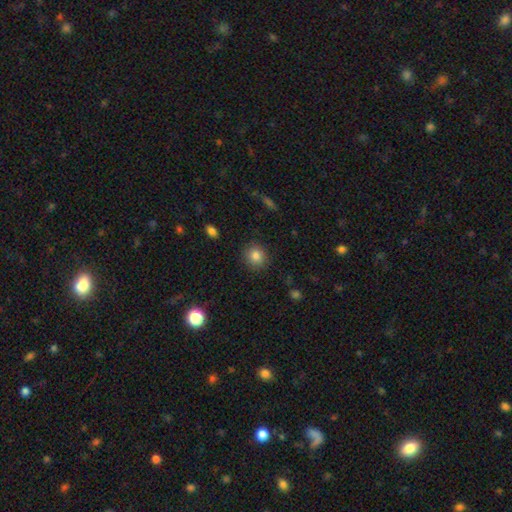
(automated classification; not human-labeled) The model was most divided on "smooth or featured": smooth: 84%, star or artifact: 10%, featured or disk: 6%. More confident: merging — none (89%); how rounded — round (87%).